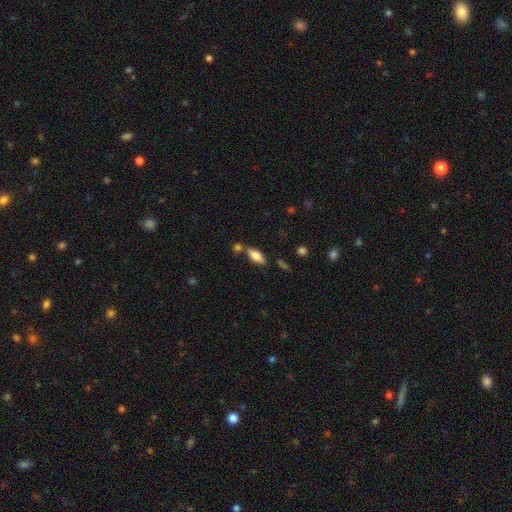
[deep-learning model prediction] Morphology: type=smooth (68%); roundness=in between (74%); merging=none (64%).